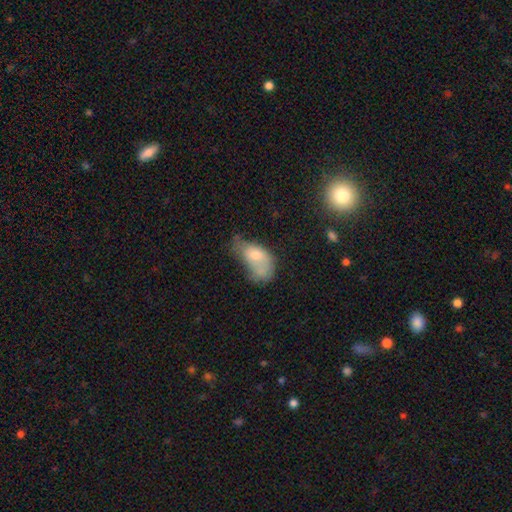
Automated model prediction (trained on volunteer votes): Overall: smooth (67%). How rounded: in between (88%). Merging: major disturbance (31%; minor disturbance 30%).